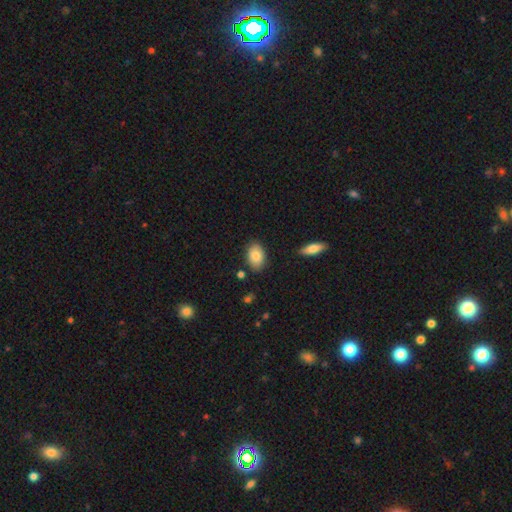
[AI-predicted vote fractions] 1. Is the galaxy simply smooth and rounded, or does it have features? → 84% smooth, 9% featured or disk, 7% star or artifact.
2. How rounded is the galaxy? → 90% in between, 9% round, 1% cigar-shaped.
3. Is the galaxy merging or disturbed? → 83% none, 12% minor disturbance, 3% merger, 2% major disturbance.